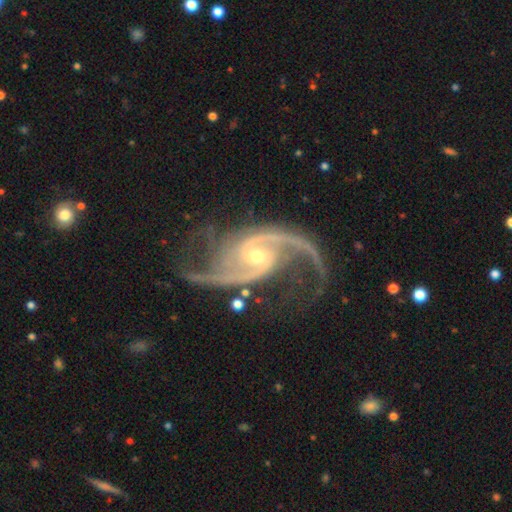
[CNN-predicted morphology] featured or disk 94%, star or artifact 5%, smooth 2%. Down the decision tree: edge-on disk — no (98%); bar — no (51%); spiral arms — yes (99%); spiral arm count — 2 (83%); spiral winding — medium (49%); bulge size — small (58%); merging — none (67%).